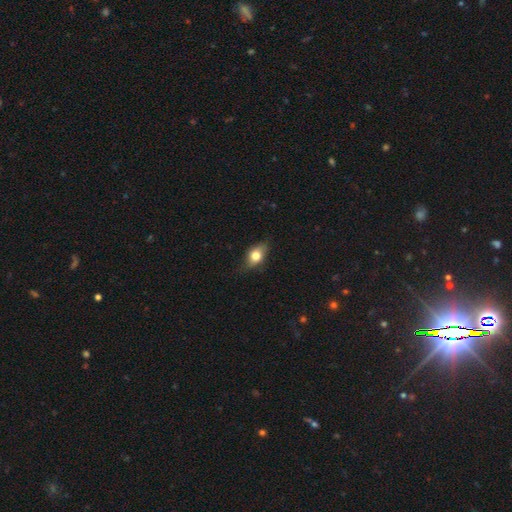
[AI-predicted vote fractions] The model was most divided on "merging": none: 73%, minor disturbance: 22%, major disturbance: 4%, merger: 1%. More confident: how rounded — in between (74%); smooth or featured — smooth (72%).